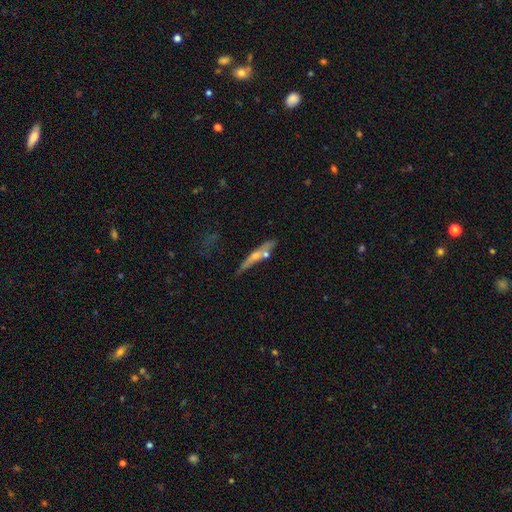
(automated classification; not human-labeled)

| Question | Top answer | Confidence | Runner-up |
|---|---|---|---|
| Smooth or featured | featured or disk | 55% | smooth (36%) |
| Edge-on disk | yes | 84% | no (16%) |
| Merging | none | 60% | minor disturbance (17%) |